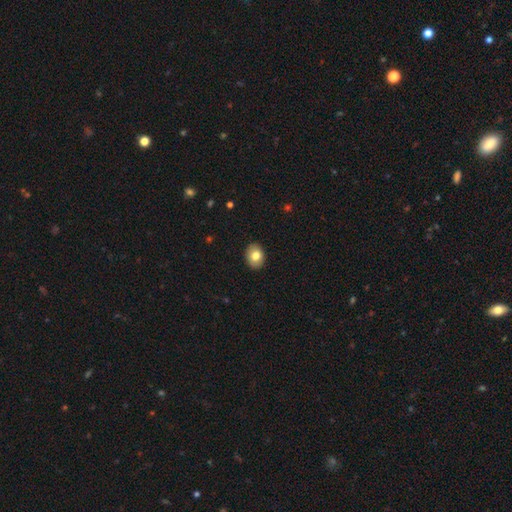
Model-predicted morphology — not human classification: The model was most divided on "how rounded": in between: 67%, round: 32%, cigar-shaped: 1%. More confident: merging — none (90%); smooth or featured — smooth (78%).